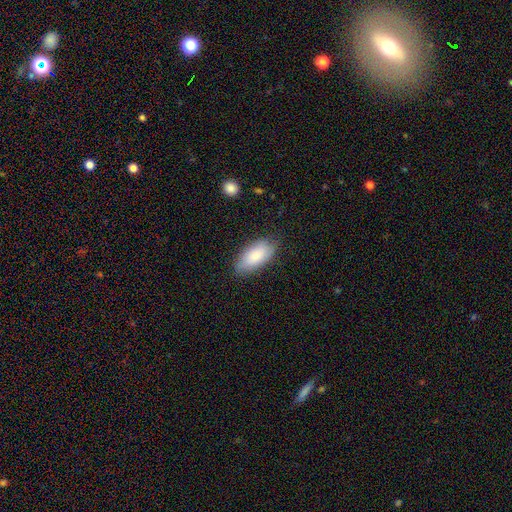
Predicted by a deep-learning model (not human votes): smooth-or-featured: smooth: 82% | featured or disk: 12% | star or artifact: 6%
  how-rounded: in between: 92% | cigar-shaped: 6% | round: 2%
  merging: none: 78% | minor disturbance: 17% | major disturbance: 3% | merger: 1%